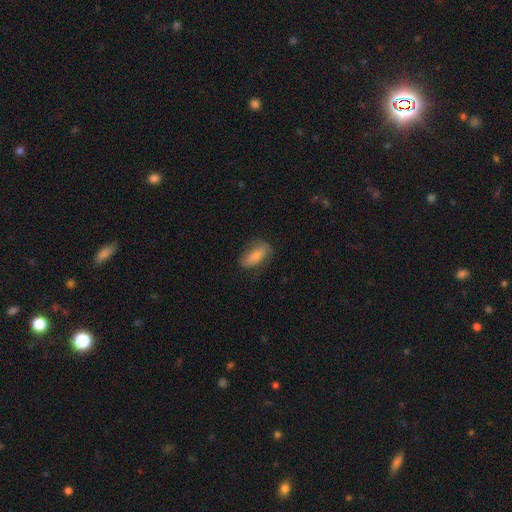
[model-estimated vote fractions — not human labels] Q: Smooth or featured?
A: smooth (74%); runner-up: featured or disk (19%)
Q: How rounded?
A: in between (85%); runner-up: cigar-shaped (12%)
Q: Merging?
A: none (70%); runner-up: minor disturbance (22%)